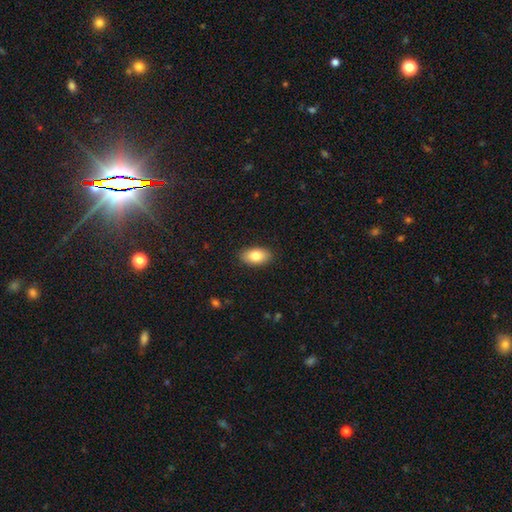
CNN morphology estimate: Q: Smooth or featured?
A: smooth (82%); runner-up: featured or disk (11%)
Q: How rounded?
A: in between (93%); runner-up: round (5%)
Q: Merging?
A: none (89%); runner-up: minor disturbance (8%)